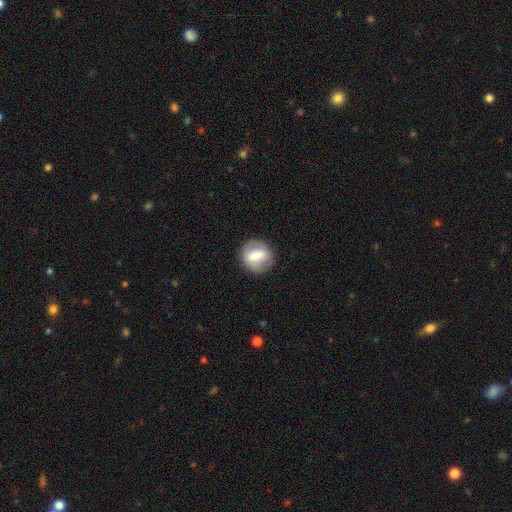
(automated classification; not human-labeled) Overall: smooth (54%; featured or disk 39%). How rounded: round (78%). Merging: none (83%).